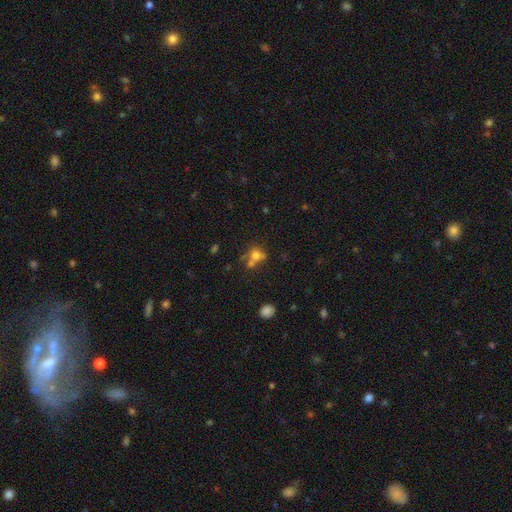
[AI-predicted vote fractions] Smooth or featured: smooth — 66% (featured or disk — 17%)
How rounded: round — 73% (in between — 26%)
Merging: merger — 45% (none — 38%)